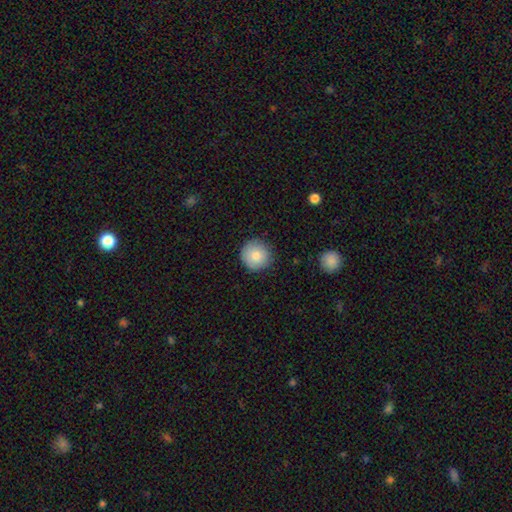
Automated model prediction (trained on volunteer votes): The model was most divided on "smooth or featured": smooth: 82%, featured or disk: 10%, star or artifact: 8%. More confident: how rounded — round (95%); merging — none (87%).